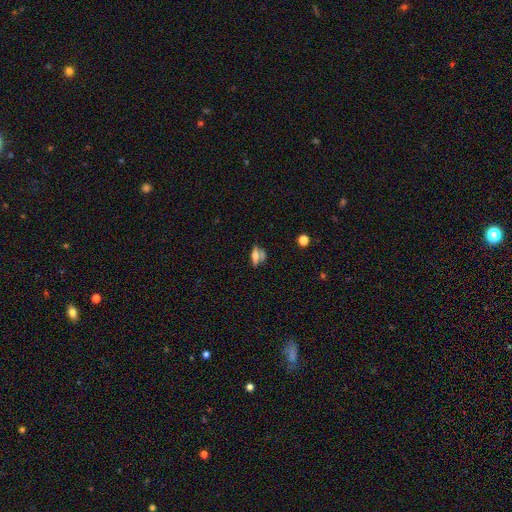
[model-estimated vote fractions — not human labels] Q: Smooth or featured?
A: smooth (48%); runner-up: featured or disk (39%)
Q: Merging?
A: none (48%); runner-up: merger (27%)